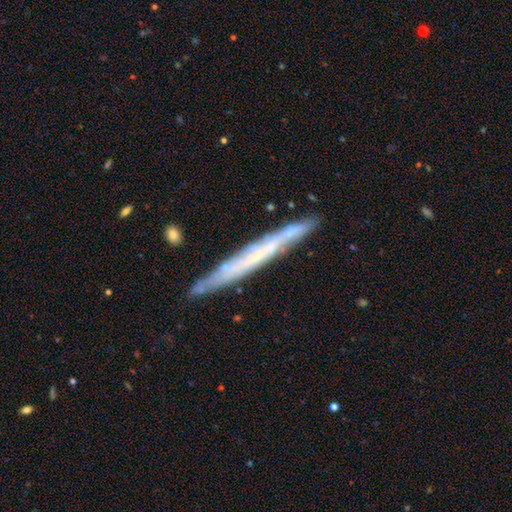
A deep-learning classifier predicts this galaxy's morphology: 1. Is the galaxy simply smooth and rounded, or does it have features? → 65% featured or disk, 28% smooth, 6% star or artifact.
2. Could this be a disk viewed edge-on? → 87% yes, 13% no.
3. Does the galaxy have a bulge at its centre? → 80% none, 14% rounded, 6% boxy.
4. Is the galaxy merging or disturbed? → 82% none, 13% minor disturbance, 2% merger, 2% major disturbance.